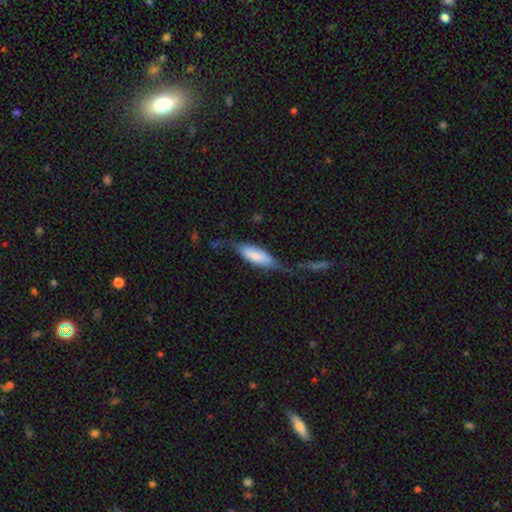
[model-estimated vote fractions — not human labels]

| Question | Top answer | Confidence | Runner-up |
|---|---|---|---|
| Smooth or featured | smooth | 57% | featured or disk (37%) |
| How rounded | in between | 64% | cigar-shaped (34%) |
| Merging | none | 37% | major disturbance (30%) |